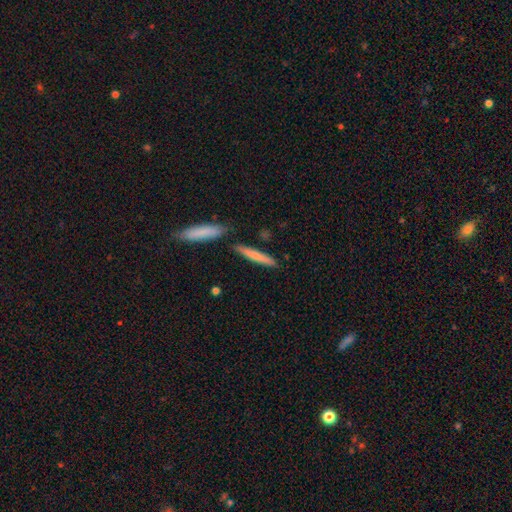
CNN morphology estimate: Smooth or featured?
  - smooth: 74% *
  - featured or disk: 21%
  - star or artifact: 5%
How rounded?
  - cigar-shaped: 93% *
  - in between: 6%
  - round: 1%
Merging?
  - none: 81% *
  - minor disturbance: 10%
  - merger: 7%
  - major disturbance: 2%